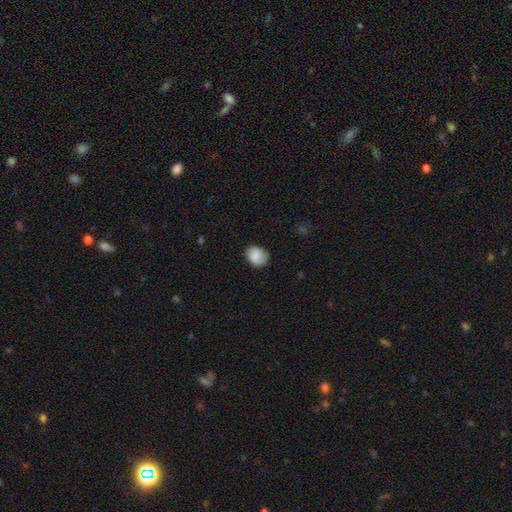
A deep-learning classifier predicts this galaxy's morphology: Smooth or featured? smooth (83%)
How rounded? round (53%)
Merging? none (77%)